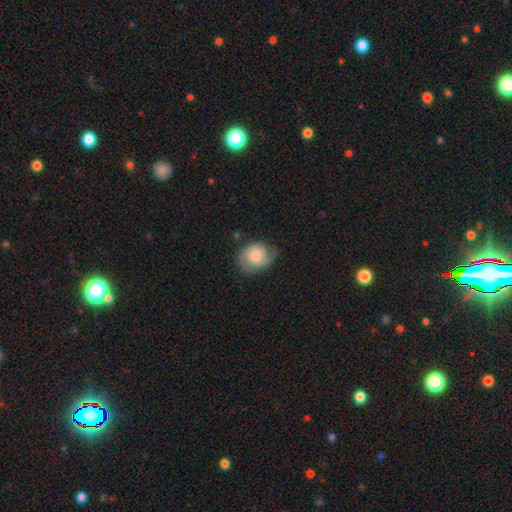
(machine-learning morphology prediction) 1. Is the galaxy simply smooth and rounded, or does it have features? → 47% smooth, 46% featured or disk, 7% star or artifact.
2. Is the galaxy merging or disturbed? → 55% none, 31% minor disturbance, 12% major disturbance, 2% merger.